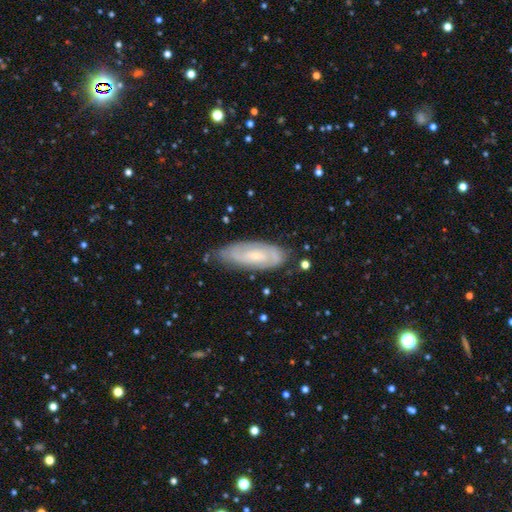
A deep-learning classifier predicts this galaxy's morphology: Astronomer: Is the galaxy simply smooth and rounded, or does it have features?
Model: featured or disk — 68%.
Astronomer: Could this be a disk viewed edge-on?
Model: no — 88%.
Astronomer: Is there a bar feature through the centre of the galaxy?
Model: no — 56% (runner-up: weak, 37%).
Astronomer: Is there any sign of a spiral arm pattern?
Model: yes — 86%.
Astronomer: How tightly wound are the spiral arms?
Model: tight — 57% (runner-up: medium, 33%).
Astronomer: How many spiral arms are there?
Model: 2 — 48% (runner-up: can't tell, 38%).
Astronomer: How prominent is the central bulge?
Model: small — 67%.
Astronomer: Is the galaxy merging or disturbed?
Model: none — 69%.